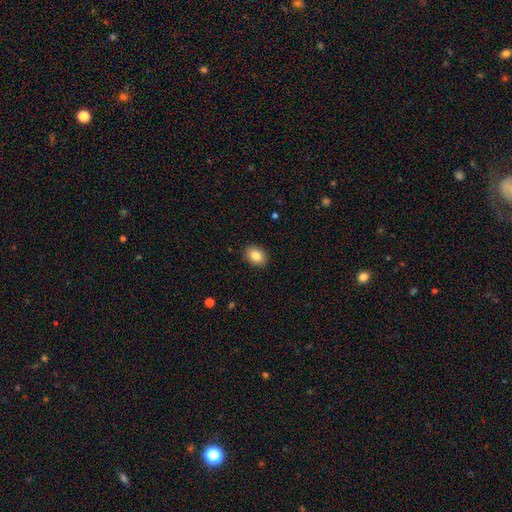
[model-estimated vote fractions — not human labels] Smooth or featured?
  - smooth: 84% *
  - star or artifact: 8%
  - featured or disk: 8%
How rounded?
  - in between: 67% *
  - round: 32%
  - cigar-shaped: 1%
Merging?
  - none: 90% *
  - minor disturbance: 7%
  - major disturbance: 2%
  - merger: 1%